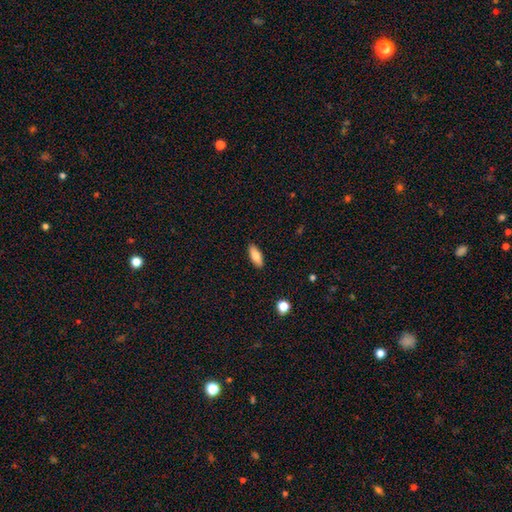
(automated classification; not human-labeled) smooth 77%, featured or disk 16%, star or artifact 7%. Down the decision tree: how rounded — in between (81%); merging — none (90%).